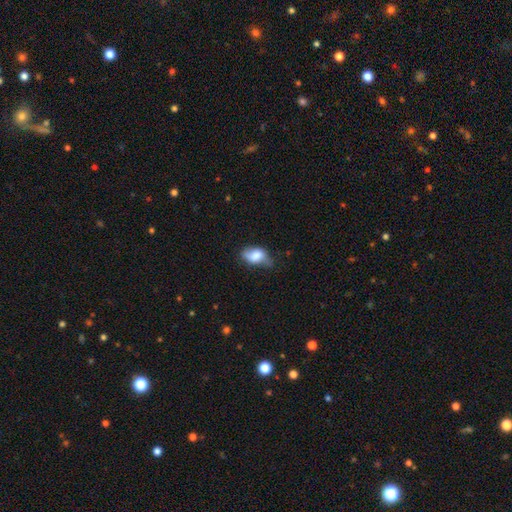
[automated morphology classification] This appears to be a smooth galaxy with no disk features (68%) that is in between round and cigar-shaped (87%). Merging: none (42%).